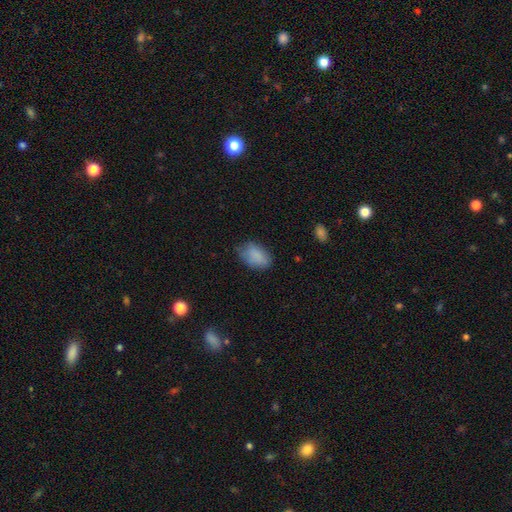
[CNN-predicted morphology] Smooth or featured?
  - smooth: 85% *
  - star or artifact: 7%
  - featured or disk: 7%
How rounded?
  - in between: 87% *
  - round: 12%
  - cigar-shaped: 1%
Merging?
  - none: 65% *
  - minor disturbance: 27%
  - major disturbance: 7%
  - merger: 1%